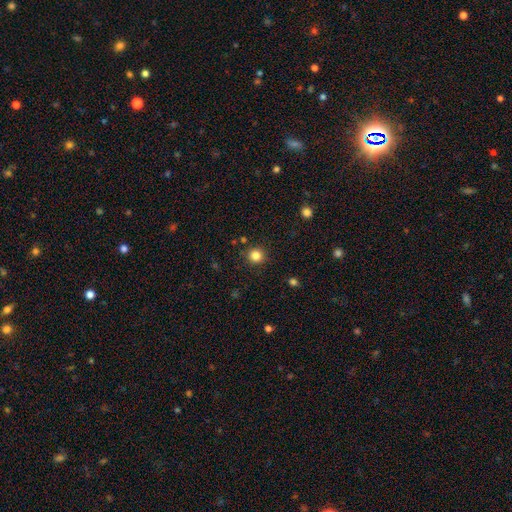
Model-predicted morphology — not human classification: This appears to be a smooth galaxy with no disk features (83%) that is round (93%). Merging: none (90%).